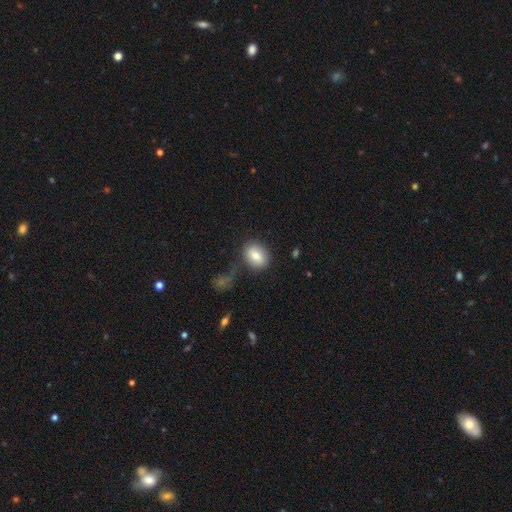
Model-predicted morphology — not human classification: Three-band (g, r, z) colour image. It shows a smooth galaxy with no disk features (80%) that is in between round and cigar-shaped (60%). Merging: none (74%).